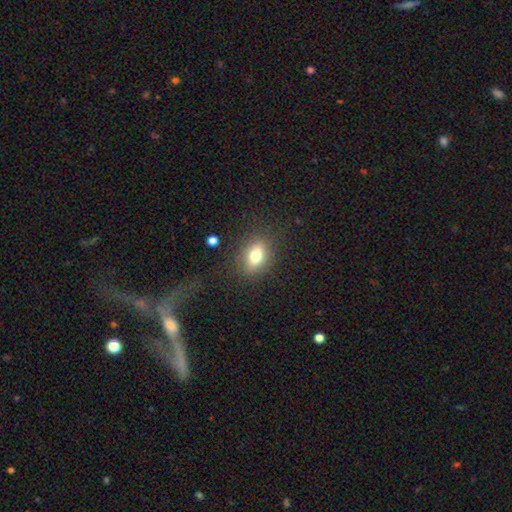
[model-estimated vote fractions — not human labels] This appears to be a smooth galaxy with no disk features (72%) that is in between round and cigar-shaped (70%). Merging: none (83%).